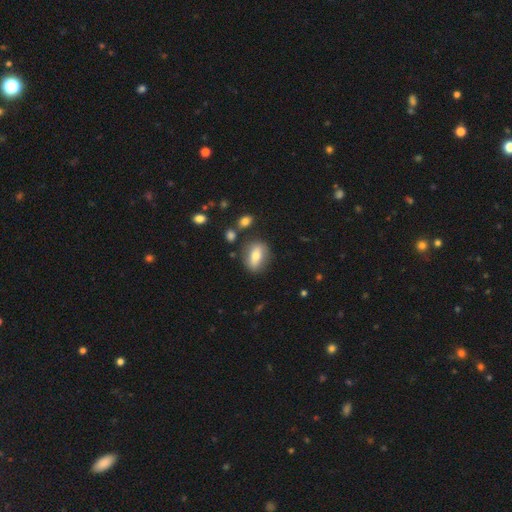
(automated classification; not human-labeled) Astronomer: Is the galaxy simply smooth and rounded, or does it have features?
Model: smooth — 60%.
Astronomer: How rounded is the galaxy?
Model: in between — 68%.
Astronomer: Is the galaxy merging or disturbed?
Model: none — 80%.